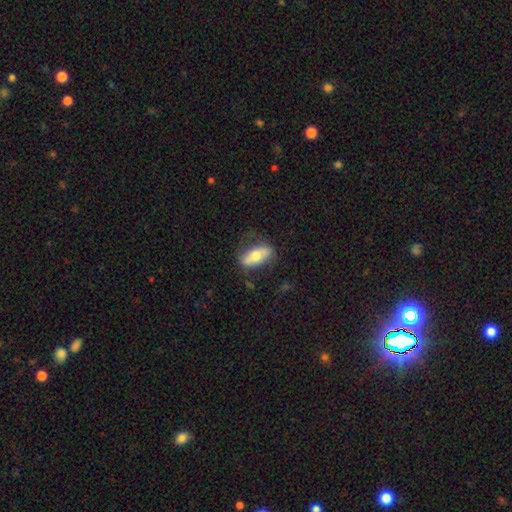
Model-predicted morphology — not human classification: The model was most divided on "smooth or featured": smooth: 62%, featured or disk: 32%, star or artifact: 6%. More confident: how rounded — in between (77%); merging — none (74%).